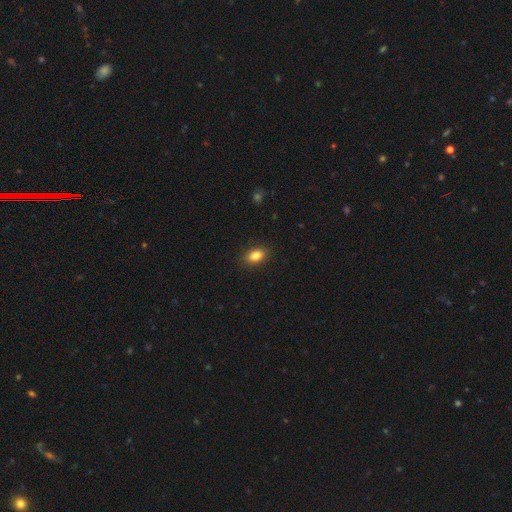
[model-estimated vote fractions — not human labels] Morphology: type=smooth (86%); roundness=in between (87%); merging=none (89%).